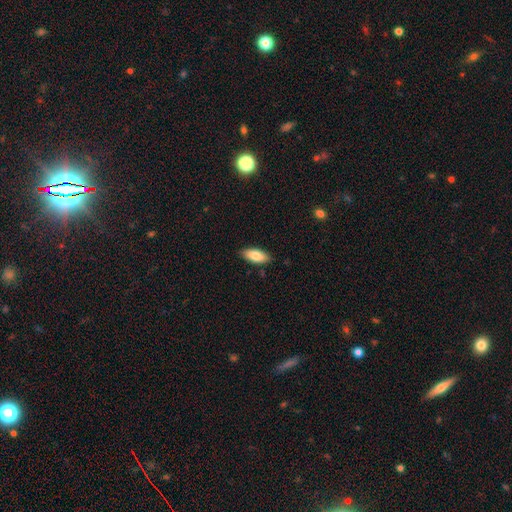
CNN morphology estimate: The model was most divided on "how rounded": in between: 86%, cigar-shaped: 12%, round: 2%. More confident: merging — none (87%); smooth or featured — smooth (84%).